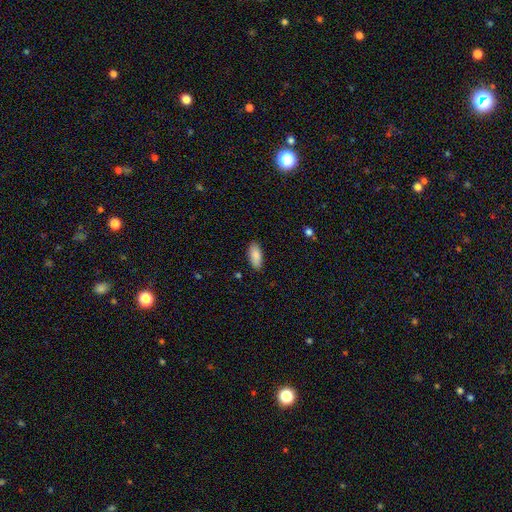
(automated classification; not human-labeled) smooth 88%, star or artifact 6%, featured or disk 6%. Down the decision tree: how rounded — in between (87%); merging — none (88%).